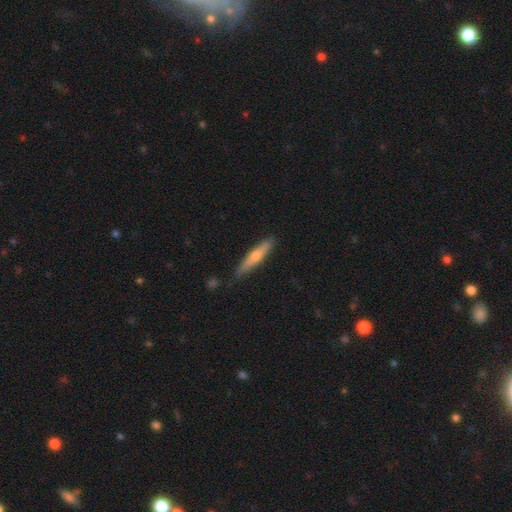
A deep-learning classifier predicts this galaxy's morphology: This appears to be a smooth galaxy with no disk features (58%) that is cigar-shaped (89%). Merging: none (82%).